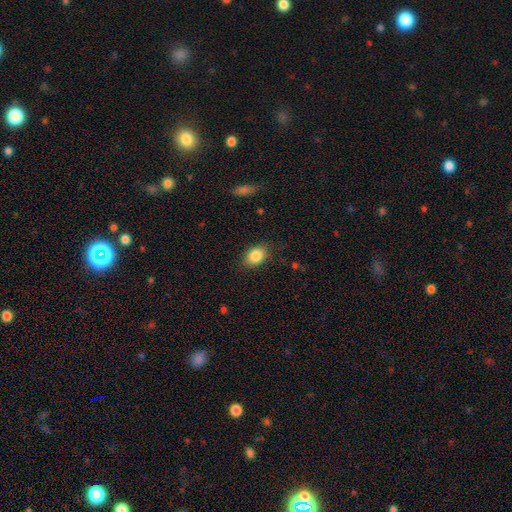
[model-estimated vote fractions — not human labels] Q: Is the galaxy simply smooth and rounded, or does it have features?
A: smooth — 85%.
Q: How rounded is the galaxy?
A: in between — 79%.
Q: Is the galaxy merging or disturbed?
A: none — 82%.